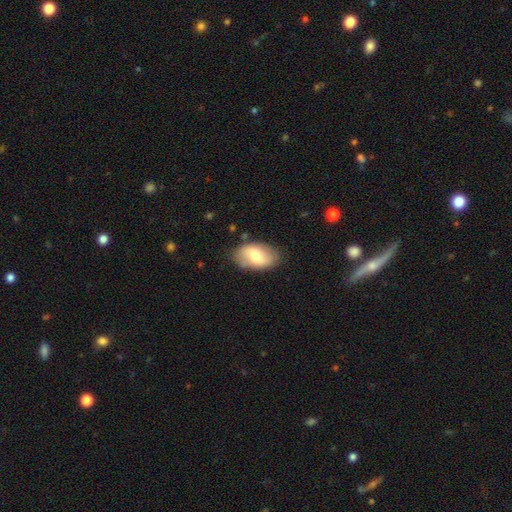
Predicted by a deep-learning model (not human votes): smooth 62%, featured or disk 32%, star or artifact 6%. Down the decision tree: how rounded — in between (92%); merging — none (80%).